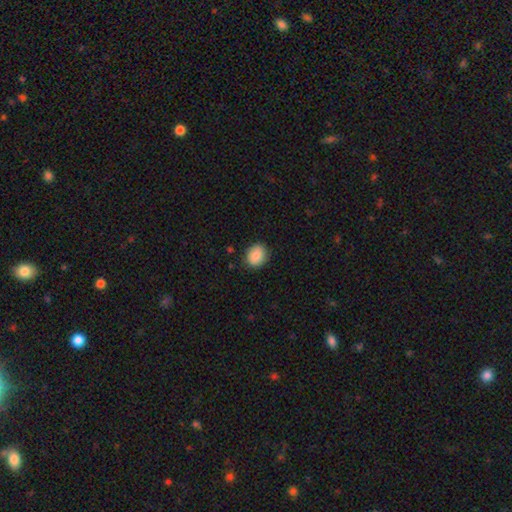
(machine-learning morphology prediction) Overall: smooth (88%). How rounded: round (60%; in between 39%). Merging: none (85%).